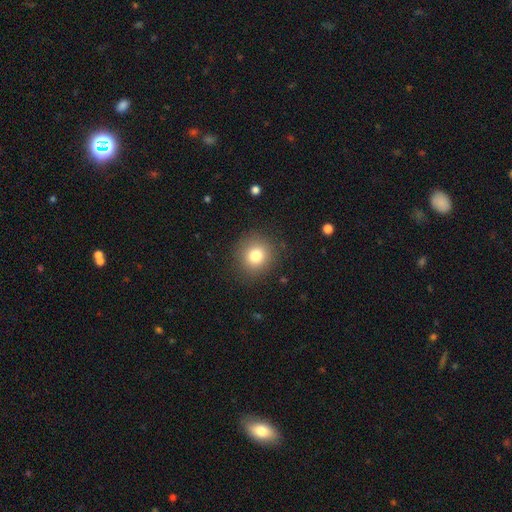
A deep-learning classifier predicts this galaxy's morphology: Overall: smooth (79%). How rounded: round (91%). Merging: none (88%).